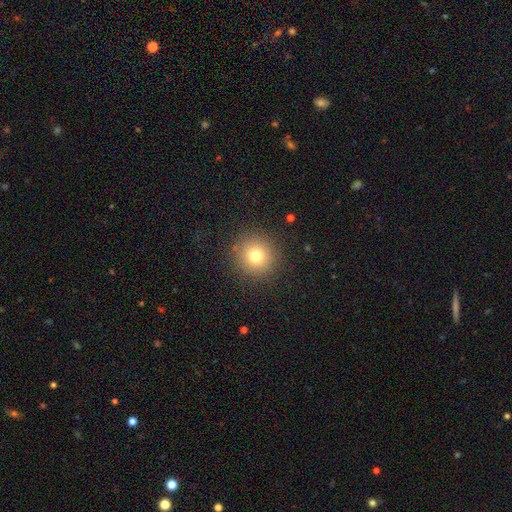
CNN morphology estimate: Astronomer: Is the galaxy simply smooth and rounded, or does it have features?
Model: smooth — 75%.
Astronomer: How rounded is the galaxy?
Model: round — 94%.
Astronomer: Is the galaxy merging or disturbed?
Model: none — 90%.